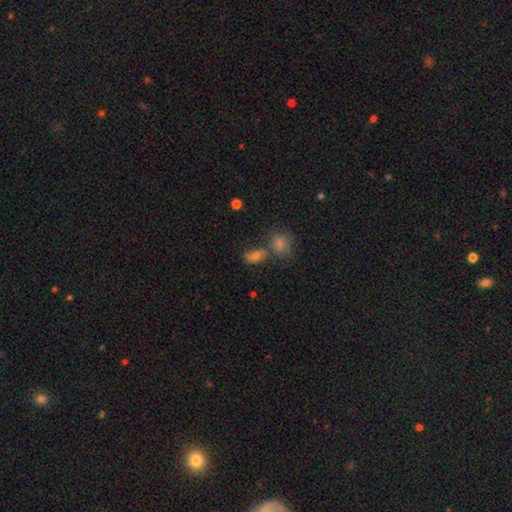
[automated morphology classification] The model was most divided on "merging": none: 45%, merger: 35%, minor disturbance: 14%, major disturbance: 7%. More confident: how rounded — in between (74%); smooth or featured — smooth (66%).